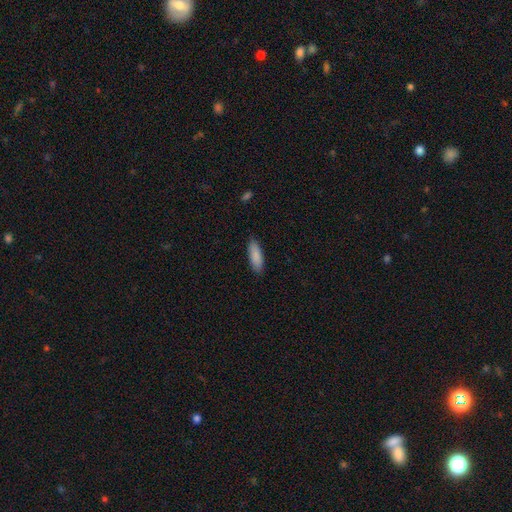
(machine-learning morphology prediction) A smooth galaxy with no disk features (88%) that is in between round and cigar-shaped (60%).

Vote fractions:
- Smooth or featured? smooth: 88% / star or artifact: 6% / featured or disk: 6%
- How rounded? in between: 60% / cigar-shaped: 38% / round: 2%
- Merging? none: 86% / minor disturbance: 11% / major disturbance: 2% / merger: 1%